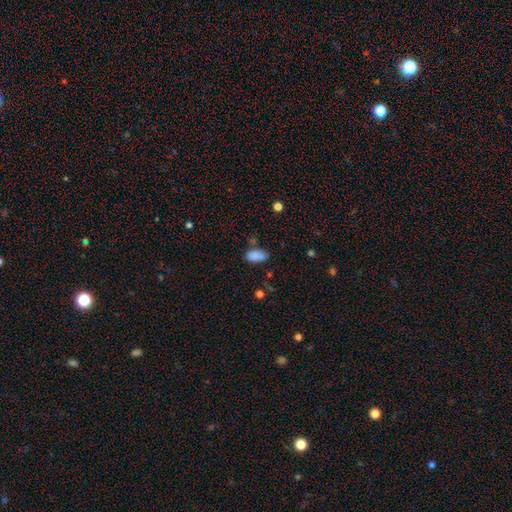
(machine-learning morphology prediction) Q: Smooth or featured?
A: smooth (85%); runner-up: star or artifact (9%)
Q: How rounded?
A: in between (92%); runner-up: cigar-shaped (4%)
Q: Merging?
A: none (67%); runner-up: minor disturbance (21%)